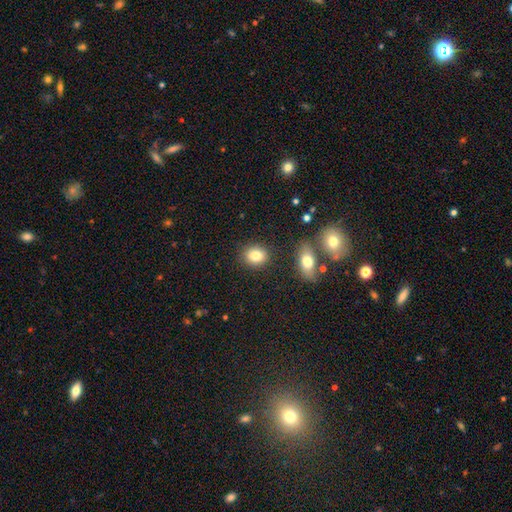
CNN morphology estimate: A smooth galaxy with no disk features (84%) that is round (52%).

Vote fractions:
- Smooth or featured? smooth: 84% / star or artifact: 9% / featured or disk: 7%
- How rounded? round: 52% / in between: 46% / cigar-shaped: 1%
- Merging? none: 83% / minor disturbance: 9% / merger: 4% / major disturbance: 3%